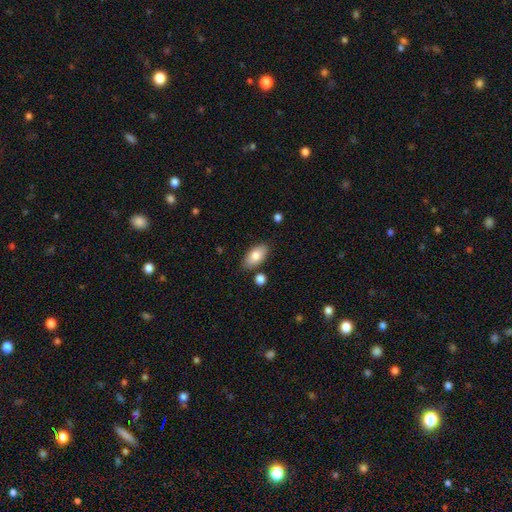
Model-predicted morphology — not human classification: Smooth or featured? smooth (81%)
How rounded? in between (93%)
Merging? none (82%)